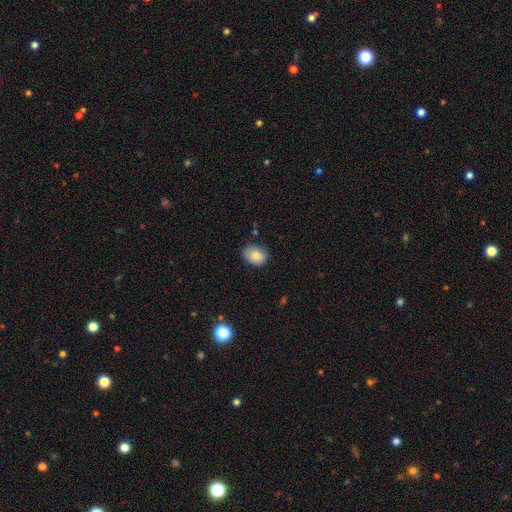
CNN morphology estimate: Overall: smooth (85%). How rounded: in between (59%; round 40%). Merging: none (77%).